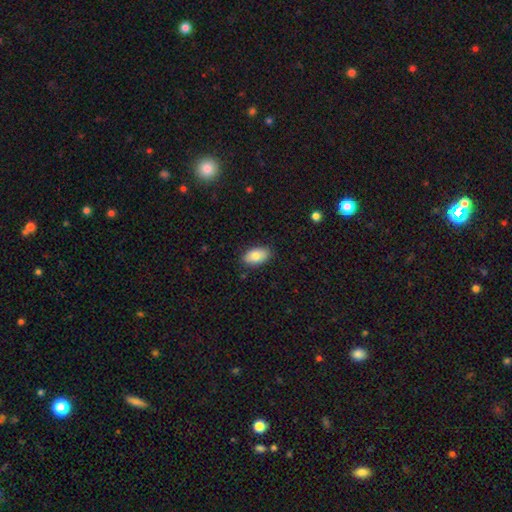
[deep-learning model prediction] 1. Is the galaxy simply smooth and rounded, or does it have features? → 82% smooth, 11% featured or disk, 7% star or artifact.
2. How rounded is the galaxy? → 93% in between, 6% round, 2% cigar-shaped.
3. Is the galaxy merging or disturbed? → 84% none, 12% minor disturbance, 2% major disturbance, 1% merger.